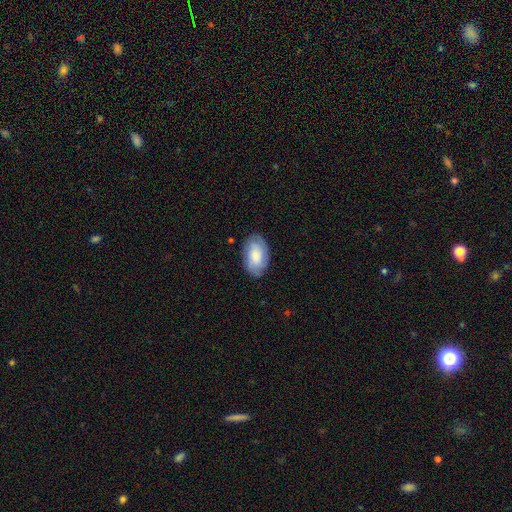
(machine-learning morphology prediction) type=smooth (60%); roundness=in between (93%); merging=none (82%).